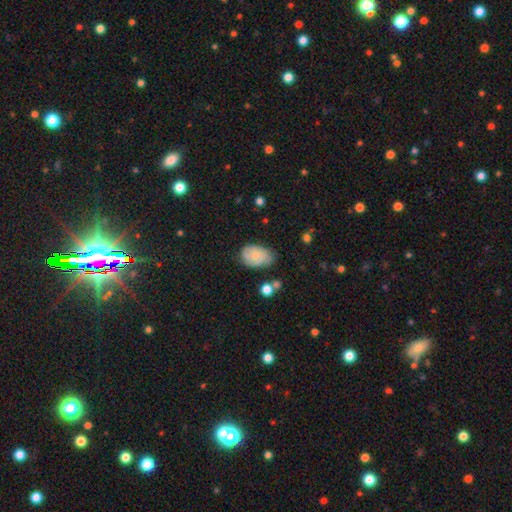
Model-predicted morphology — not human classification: The model was most divided on "merging": none: 61%, minor disturbance: 28%, major disturbance: 7%, merger: 4%. More confident: how rounded — in between (89%); smooth or featured — smooth (73%).